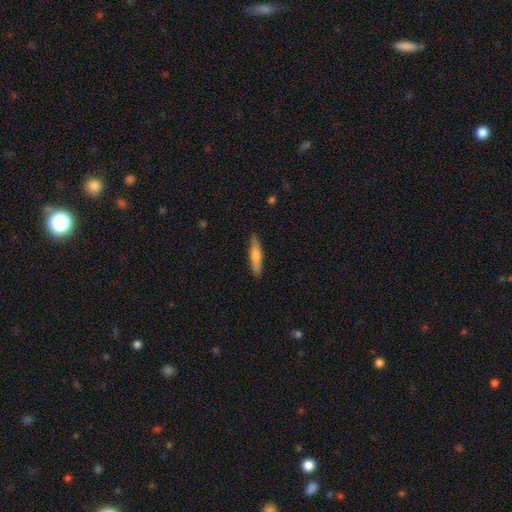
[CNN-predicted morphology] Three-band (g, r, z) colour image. It shows a smooth galaxy with no disk features (65%) that is cigar-shaped (83%). Merging: none (89%).